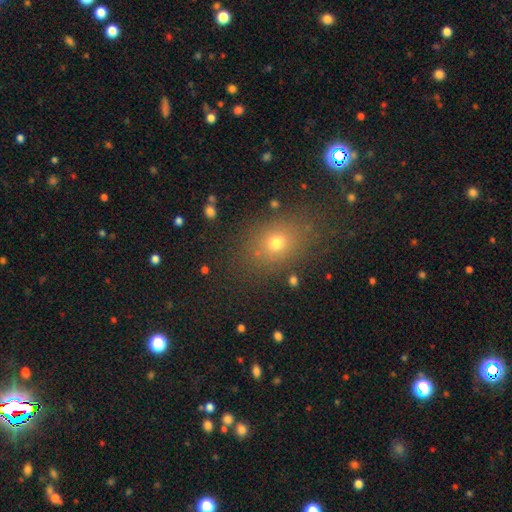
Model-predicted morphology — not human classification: A smooth galaxy with no disk features (60%) that is in between round and cigar-shaped (60%). Merging: none (86%).